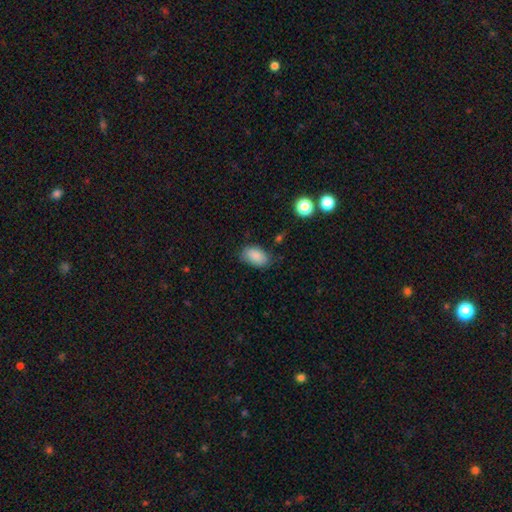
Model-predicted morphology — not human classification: Smooth or featured: smooth — 87% (star or artifact — 8%)
How rounded: in between — 91% (round — 8%)
Merging: none — 75% (minor disturbance — 19%)